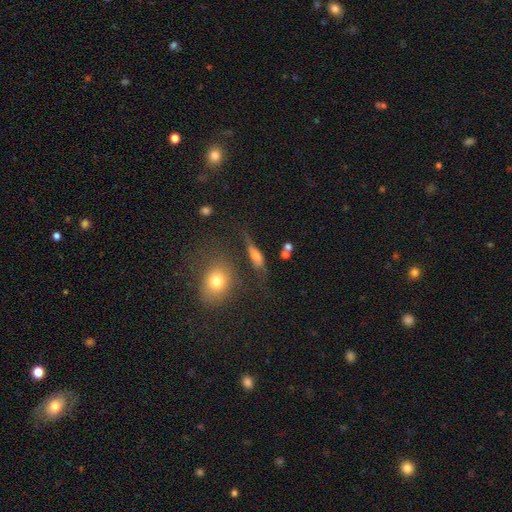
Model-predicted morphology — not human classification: This is possibly a smooth galaxy (59%). How rounded: possibly in between (50%). Merging: possibly none (47%).